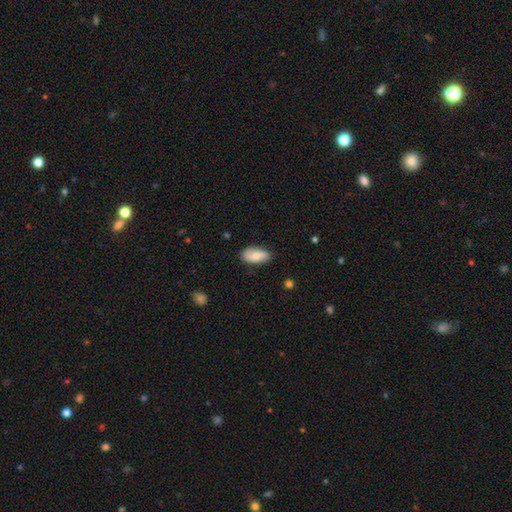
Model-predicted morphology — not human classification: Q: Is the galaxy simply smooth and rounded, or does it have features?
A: smooth — 70%.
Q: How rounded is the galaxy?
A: in between — 91%.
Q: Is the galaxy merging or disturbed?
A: none — 79%.